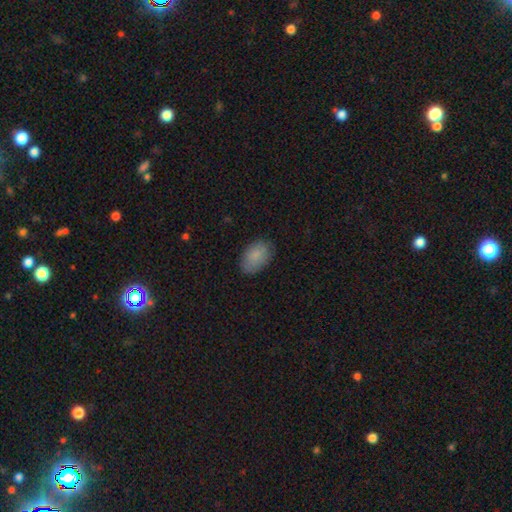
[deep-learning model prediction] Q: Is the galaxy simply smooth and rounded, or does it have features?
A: smooth — 85%.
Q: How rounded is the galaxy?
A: in between — 89%.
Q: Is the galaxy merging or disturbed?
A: none — 81%.